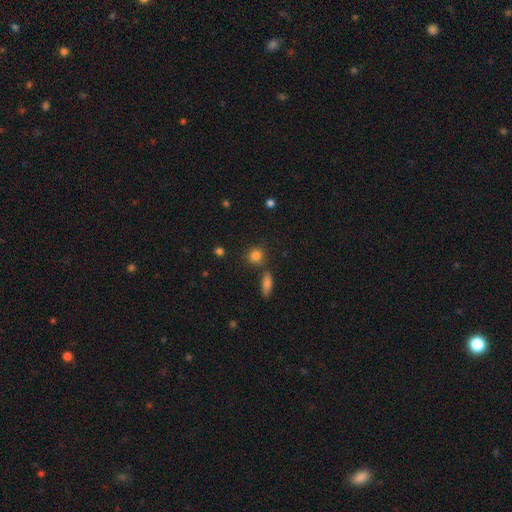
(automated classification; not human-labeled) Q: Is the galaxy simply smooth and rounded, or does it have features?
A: smooth — 82%.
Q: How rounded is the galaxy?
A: round — 80%.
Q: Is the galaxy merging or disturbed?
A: none — 73%.